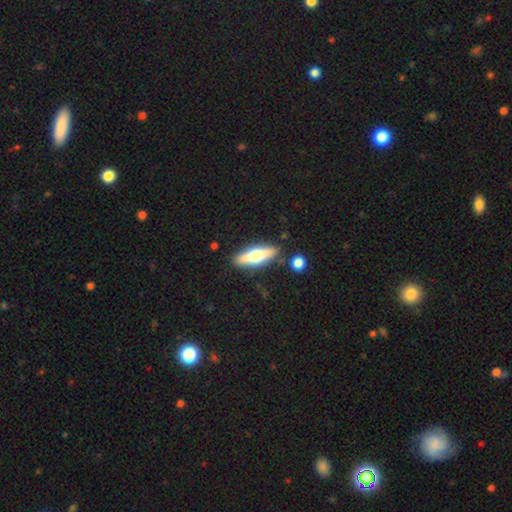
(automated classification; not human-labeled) Smooth or featured: featured or disk — 51% (smooth — 43%)
Edge-on disk: yes — 89% (no — 11%)
Merging: none — 84% (minor disturbance — 10%)